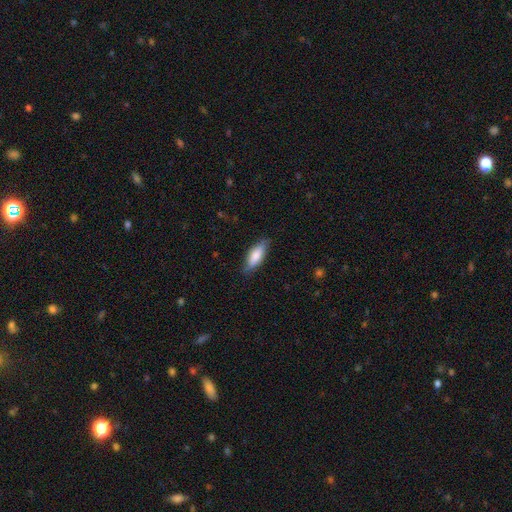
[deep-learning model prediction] A smooth galaxy with no disk features (80%) that is in between round and cigar-shaped (68%). Merging: none (80%).